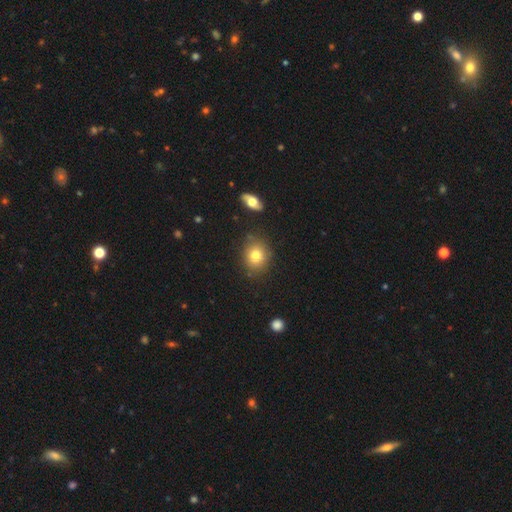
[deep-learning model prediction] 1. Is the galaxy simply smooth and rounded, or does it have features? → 79% smooth, 11% star or artifact, 11% featured or disk.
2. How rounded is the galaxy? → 72% round, 27% in between, 1% cigar-shaped.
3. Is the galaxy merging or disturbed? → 82% none, 12% minor disturbance, 3% merger, 3% major disturbance.